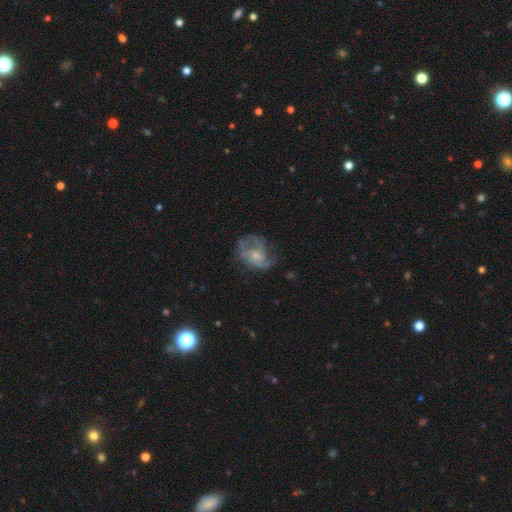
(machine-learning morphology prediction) Smooth or featured: featured or disk — 72% (smooth — 21%)
Edge-on disk: no — 98% (yes — 2%)
Bar: no — 65% (weak — 30%)
Spiral arms: yes — 81% (no — 19%)
Spiral winding: medium — 47% (loose — 26%)
Spiral arm count: 2 — 44% (can't tell — 26%)
Bulge size: small — 49% (moderate — 36%)
Merging: none — 52% (minor disturbance — 23%)